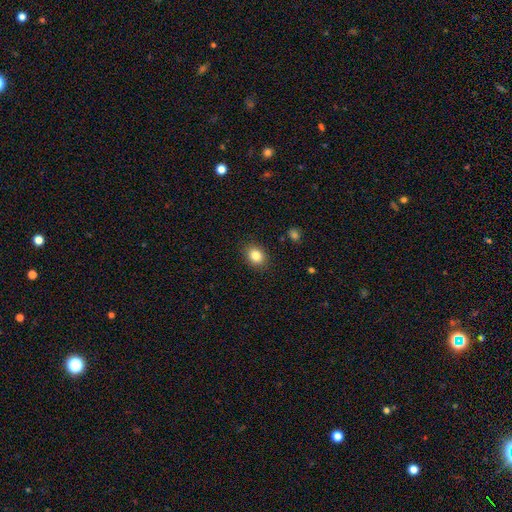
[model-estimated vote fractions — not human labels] smooth 84%, star or artifact 10%, featured or disk 6%. Down the decision tree: how rounded — in between (52%); merging — none (88%).